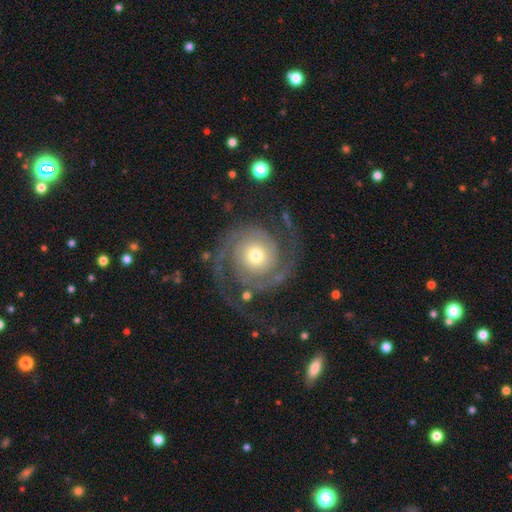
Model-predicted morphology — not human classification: type=featured or disk (89%); edge-on=no (98%); bar=no (79%); spiral arms=yes (98%); winding=tight (53%); arm count=2 (85%); bulge=moderate (55%); merging=none (71%).